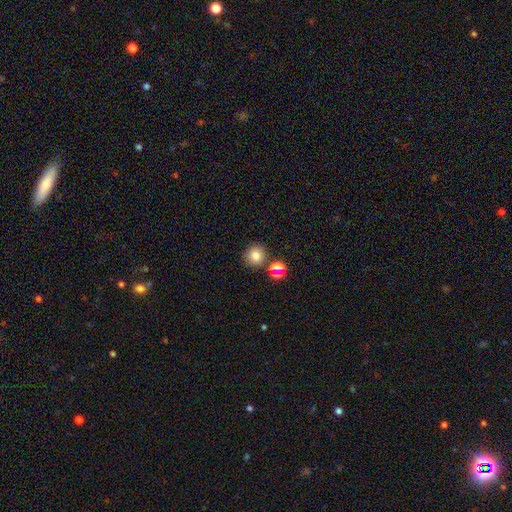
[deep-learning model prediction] The model was most divided on "smooth or featured": smooth: 78%, star or artifact: 14%, featured or disk: 7%. More confident: how rounded — round (91%); merging — none (77%).